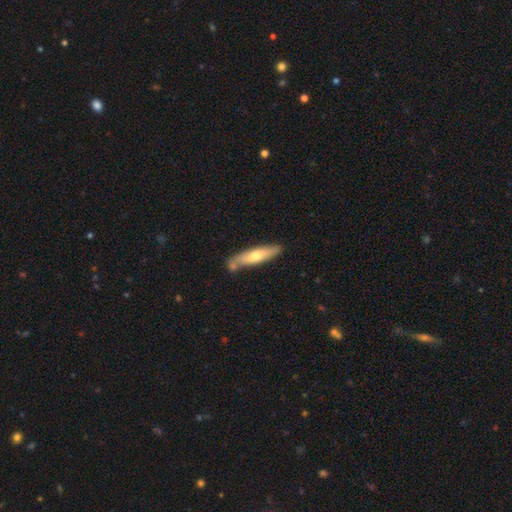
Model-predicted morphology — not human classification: This is possibly a smooth galaxy (58%). How rounded: likely cigar-shaped (76%). Merging: likely none (70%).